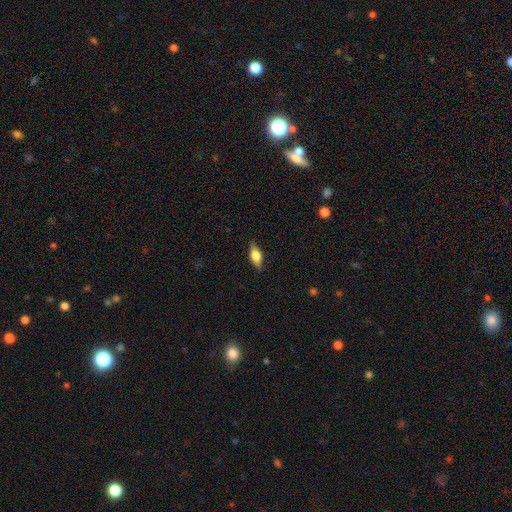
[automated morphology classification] A smooth galaxy with no disk features (55%) that is in between round and cigar-shaped (74%).

Vote fractions:
- Smooth or featured? smooth: 55% / featured or disk: 37% / star or artifact: 8%
- How rounded? in between: 74% / cigar-shaped: 21% / round: 5%
- Merging? none: 84% / minor disturbance: 12% / major disturbance: 3% / merger: 1%